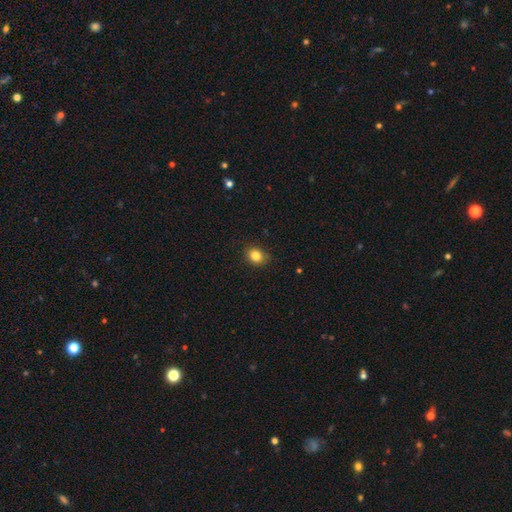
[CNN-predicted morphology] This is clearly a smooth galaxy (84%). How rounded: likely round (62%). Merging: clearly none (84%).